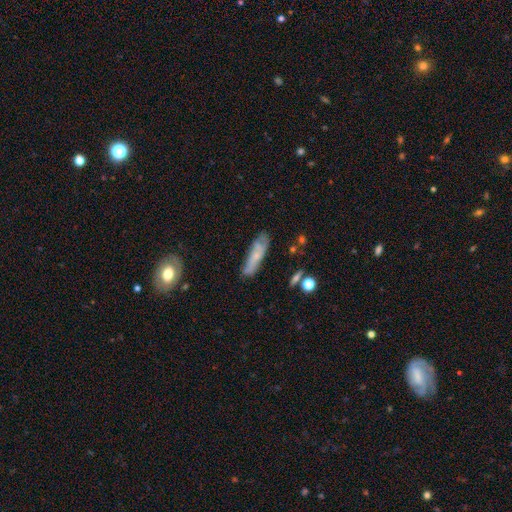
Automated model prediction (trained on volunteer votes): smooth_or_featured: smooth (p=0.53) [alt: featured or disk p=0.39]
how_rounded: cigar-shaped (p=0.67) [alt: in between p=0.30]
merging: none (p=0.69) [alt: minor disturbance p=0.22]